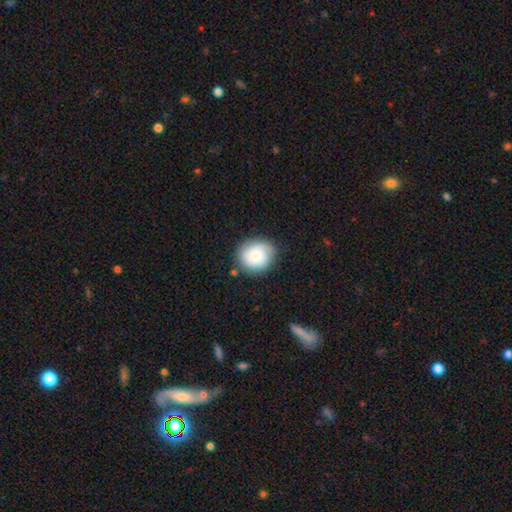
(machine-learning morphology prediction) type=smooth (64%); roundness=round (76%); merging=none (79%).